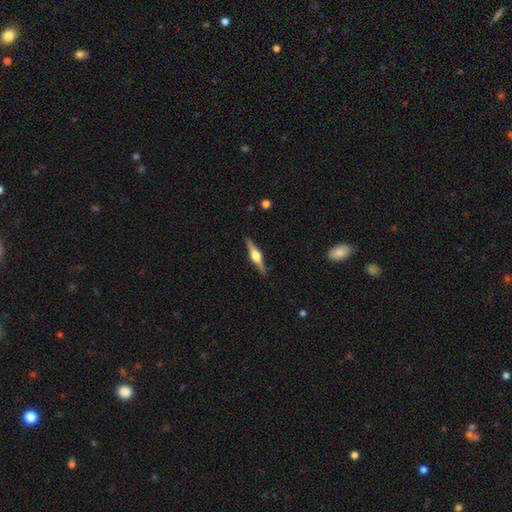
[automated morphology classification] Smooth or featured?
  - featured or disk: 76% *
  - smooth: 19%
  - star or artifact: 5%
Edge-on disk?
  - yes: 98% *
  - no: 2%
Edge-on bulge?
  - rounded: 93% *
  - boxy: 6%
  - none: 2%
Merging?
  - none: 90% *
  - minor disturbance: 7%
  - major disturbance: 2%
  - merger: 1%